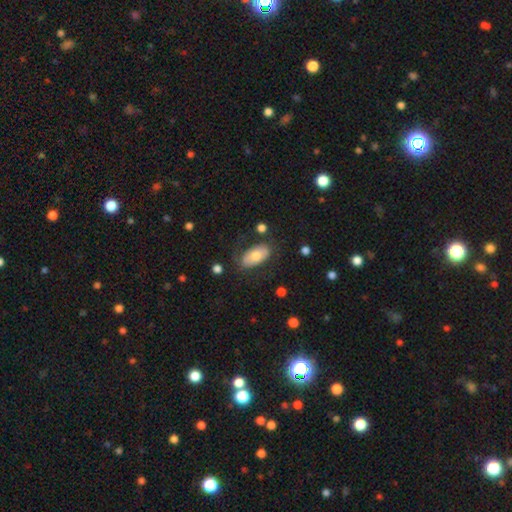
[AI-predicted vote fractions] Smooth or featured? smooth (65%)
How rounded? in between (94%)
Merging? none (67%)